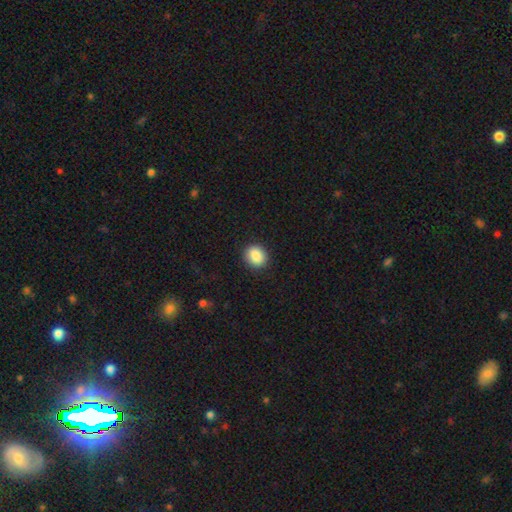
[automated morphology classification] This appears to be a smooth galaxy with no disk features (88%) that is round (63%). Merging: none (89%).